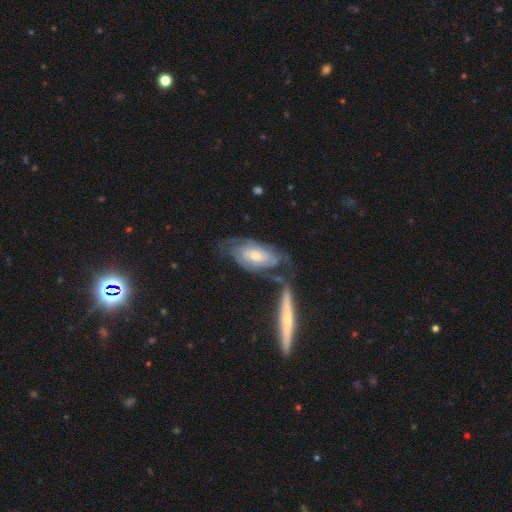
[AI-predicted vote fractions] This is likely a featured or disk galaxy (75%). It is clearly not viewed edge-on (90%). Bar: likely no (62%). Spiral arm pattern: clearly yes (89%). Spiral arm count: marginally can't tell (43%). Spiral winding: likely tight (62%). Central bulge: possibly moderate (51%). Merging: possibly none (46%).